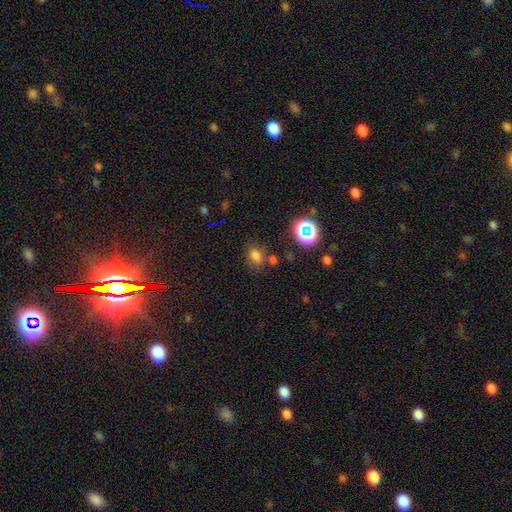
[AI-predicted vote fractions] smooth 68%, star or artifact 24%, featured or disk 8%. Down the decision tree: how rounded — in between (68%); merging — none (68%).